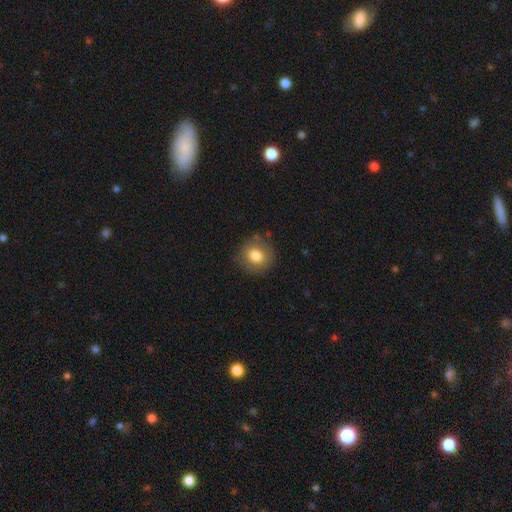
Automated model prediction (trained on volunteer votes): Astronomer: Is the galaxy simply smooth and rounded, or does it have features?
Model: smooth — 79%.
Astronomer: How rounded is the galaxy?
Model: round — 83%.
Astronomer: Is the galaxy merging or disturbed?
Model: none — 82%.